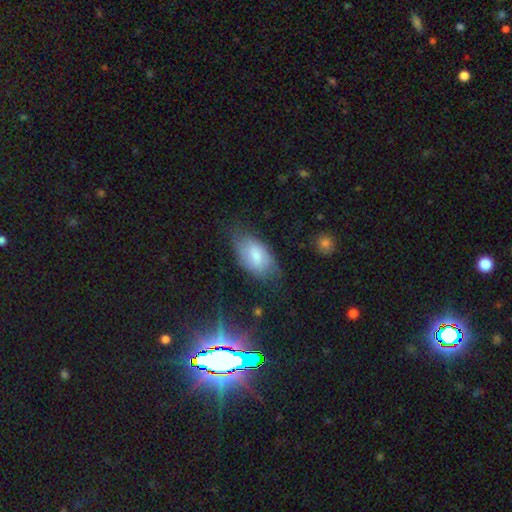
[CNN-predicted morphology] Smooth or featured? smooth (68%)
How rounded? in between (93%)
Merging? none (56%)